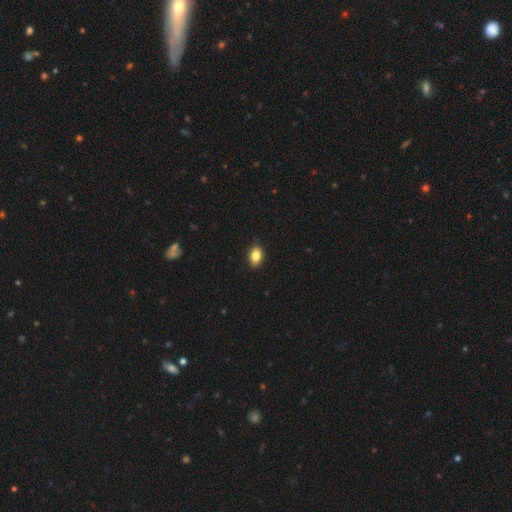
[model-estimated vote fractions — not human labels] A smooth galaxy with no disk features (85%) that is in between round and cigar-shaped (80%). Merging: none (90%).